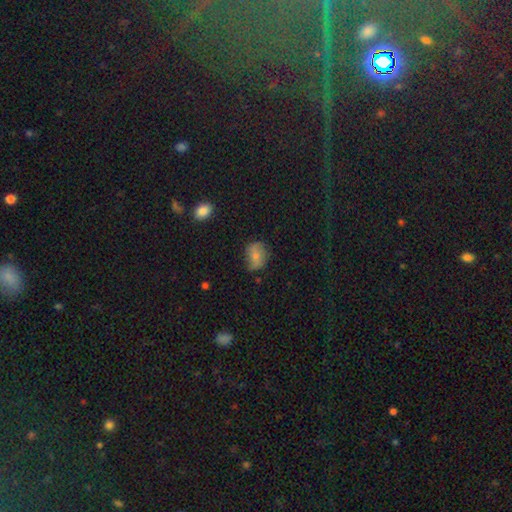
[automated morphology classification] The model was most divided on "how rounded": in between: 61%, round: 37%, cigar-shaped: 2%. More confident: smooth or featured — smooth (65%); merging — none (64%).